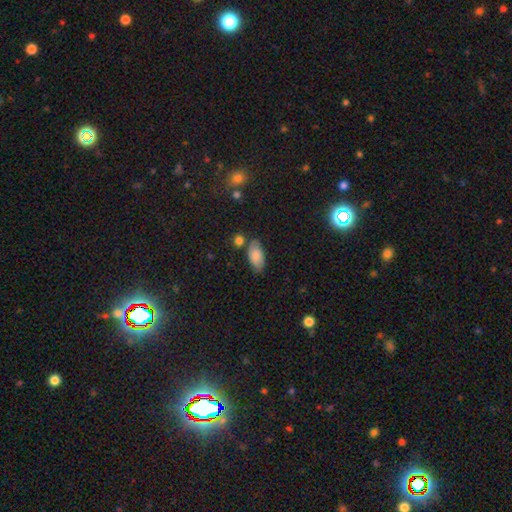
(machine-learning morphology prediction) type=smooth (80%); roundness=in between (93%); merging=none (69%).